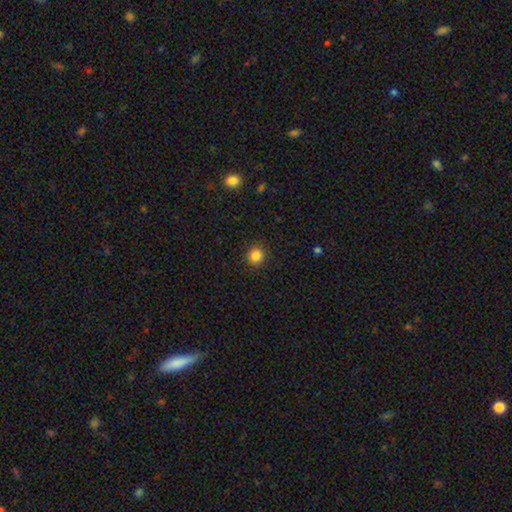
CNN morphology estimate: Q: Smooth or featured?
A: smooth (84%); runner-up: star or artifact (11%)
Q: How rounded?
A: round (92%); runner-up: in between (7%)
Q: Merging?
A: none (91%); runner-up: minor disturbance (6%)